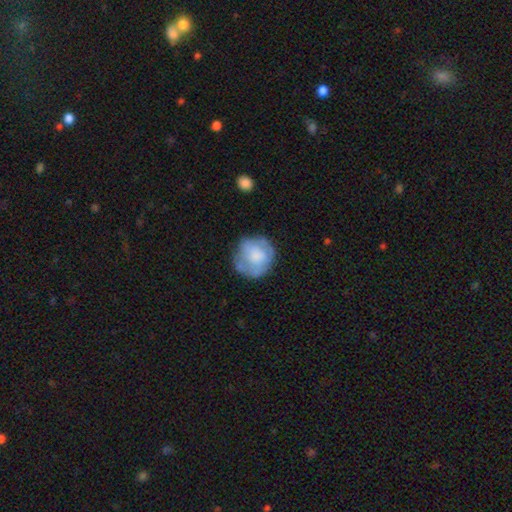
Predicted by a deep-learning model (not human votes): This is possibly a smooth galaxy (58%). How rounded: clearly round (86%). Merging: likely none (62%).